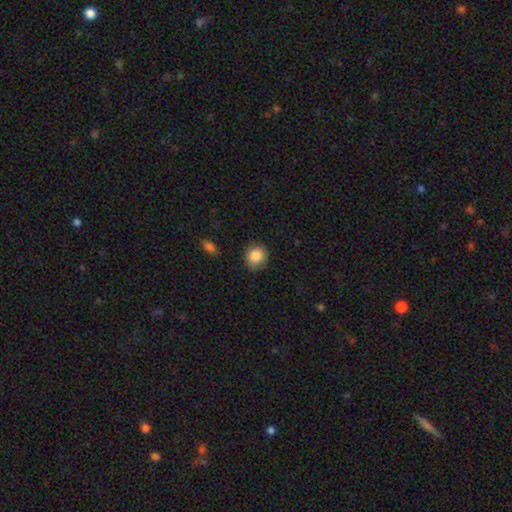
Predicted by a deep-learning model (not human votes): smooth_or_featured: smooth (p=0.86) [alt: star or artifact p=0.09]
how_rounded: round (p=0.82) [alt: in between p=0.17]
merging: none (p=0.86) [alt: minor disturbance p=0.10]